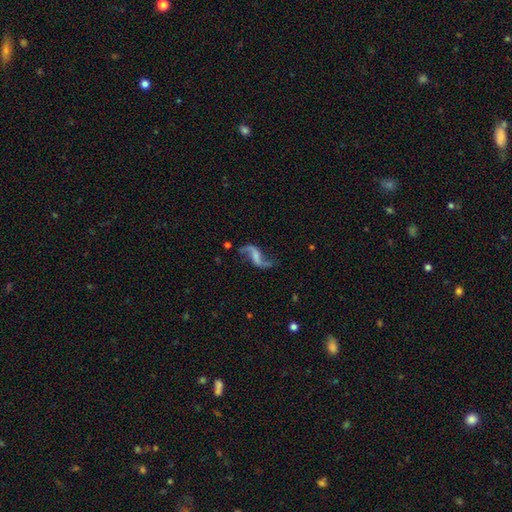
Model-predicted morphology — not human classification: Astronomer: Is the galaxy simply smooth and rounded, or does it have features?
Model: featured or disk — 85%.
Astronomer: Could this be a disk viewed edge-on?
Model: no — 96%.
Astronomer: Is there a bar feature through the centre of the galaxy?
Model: weak — 39% (runner-up: no, 36%).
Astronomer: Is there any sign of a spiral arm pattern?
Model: yes — 94%.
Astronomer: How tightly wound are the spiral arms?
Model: loose — 91%.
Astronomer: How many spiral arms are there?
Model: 2 — 92%.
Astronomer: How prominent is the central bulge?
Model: none — 54%.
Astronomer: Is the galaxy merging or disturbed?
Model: none — 66%.